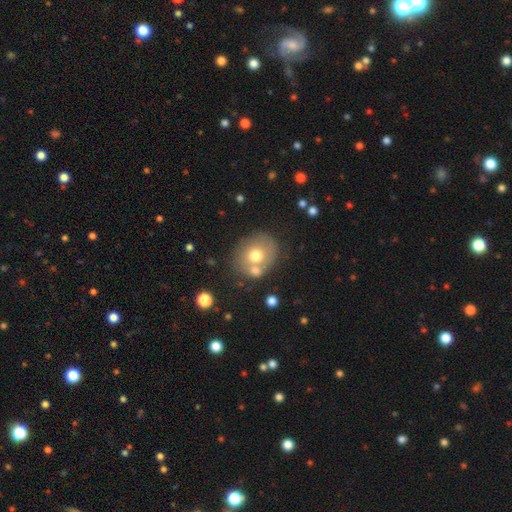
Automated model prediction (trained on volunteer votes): smooth 66%, featured or disk 24%, star or artifact 10%. Down the decision tree: how rounded — round (69%); merging — none (57%).